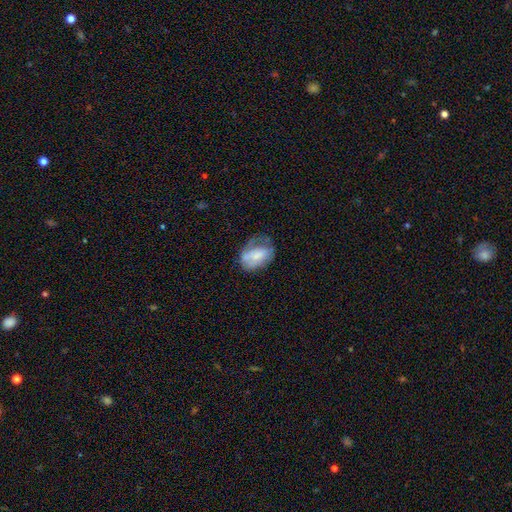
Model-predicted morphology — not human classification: Overall: smooth (57%; featured or disk 35%). How rounded: in between (83%). Merging: none (41%; minor disturbance 31%).